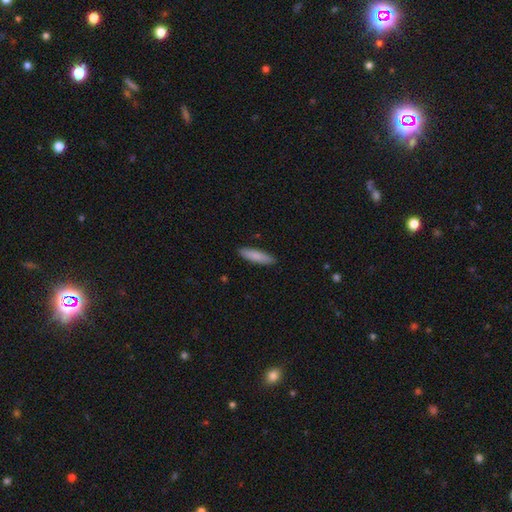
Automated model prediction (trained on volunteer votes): Smooth or featured: smooth — 85% (featured or disk — 9%)
How rounded: cigar-shaped — 70% (in between — 29%)
Merging: none — 89% (minor disturbance — 8%)